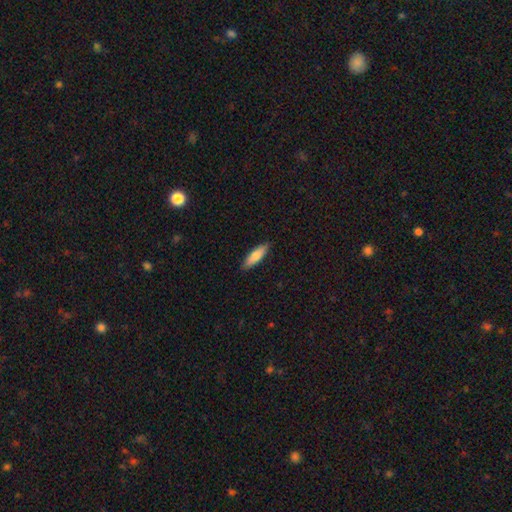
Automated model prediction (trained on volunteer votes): A smooth galaxy with no disk features (79%) that is cigar-shaped (56%).

Vote fractions:
- Smooth or featured? smooth: 79% / featured or disk: 16% / star or artifact: 6%
- How rounded? cigar-shaped: 56% / in between: 42% / round: 2%
- Merging? none: 87% / minor disturbance: 10% / major disturbance: 2% / merger: 1%